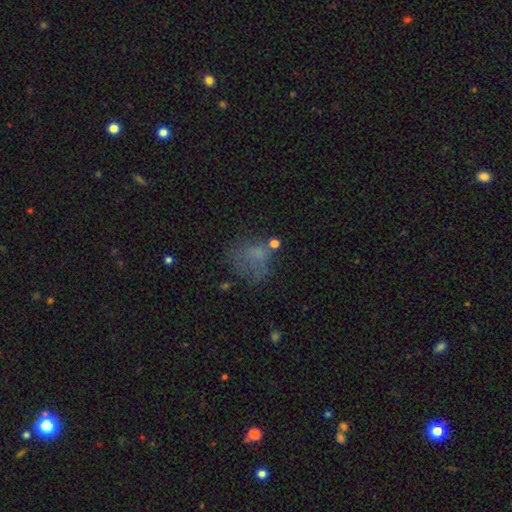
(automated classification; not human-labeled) Smooth or featured? smooth (59%)
How rounded? in between (50%)
Merging? none (38%)